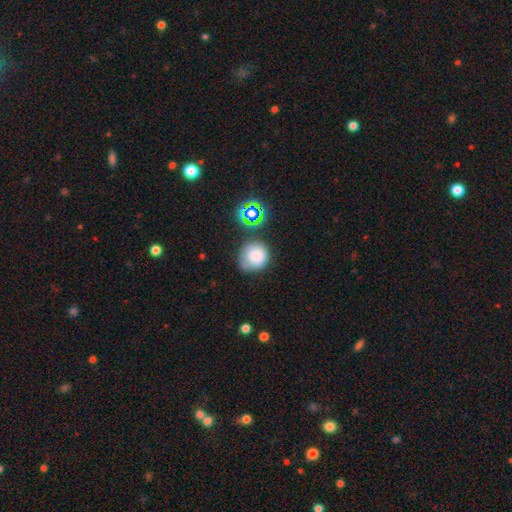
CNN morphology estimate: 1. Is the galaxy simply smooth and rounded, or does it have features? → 75% smooth, 14% star or artifact, 11% featured or disk.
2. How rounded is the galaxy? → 86% round, 13% in between, 1% cigar-shaped.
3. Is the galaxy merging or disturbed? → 60% none, 25% minor disturbance, 8% major disturbance, 7% merger.